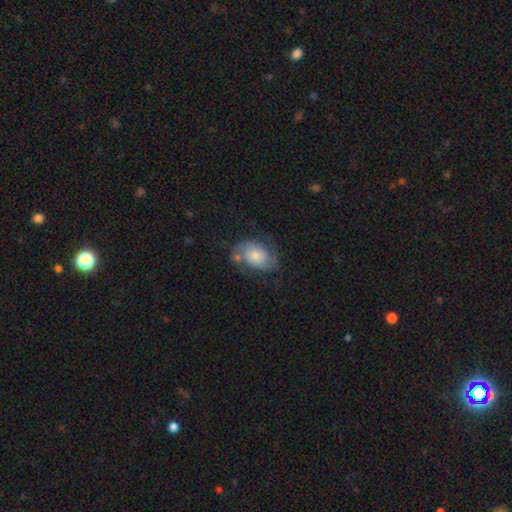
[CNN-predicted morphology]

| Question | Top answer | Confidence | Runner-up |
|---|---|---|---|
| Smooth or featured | featured or disk | 47% | smooth (46%) |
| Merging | none | 53% | minor disturbance (26%) |